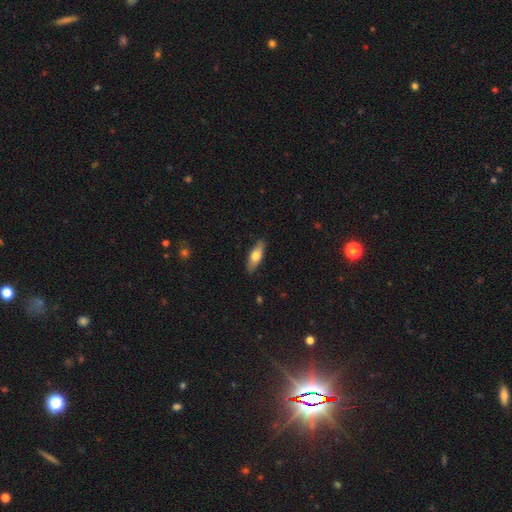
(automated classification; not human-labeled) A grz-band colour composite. It shows a smooth galaxy with no disk features (61%) that is in between round and cigar-shaped (56%). Merging: none (88%).